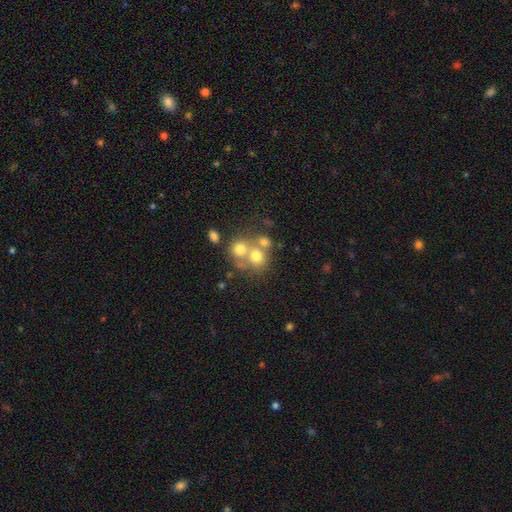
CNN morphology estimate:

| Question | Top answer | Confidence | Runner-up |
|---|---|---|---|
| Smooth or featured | smooth | 67% | featured or disk (20%) |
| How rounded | round | 77% | in between (22%) |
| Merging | merger | 50% | none (36%) |